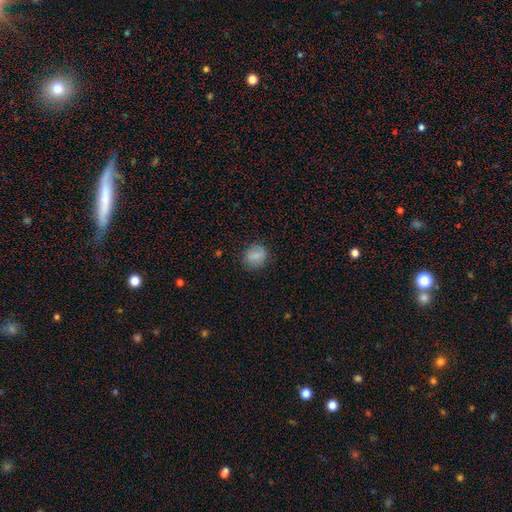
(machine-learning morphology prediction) smooth-or-featured: smooth: 81% | star or artifact: 10% | featured or disk: 9%
  how-rounded: round: 63% | in between: 36% | cigar-shaped: 1%
  merging: none: 80% | minor disturbance: 15% | major disturbance: 4% | merger: 1%